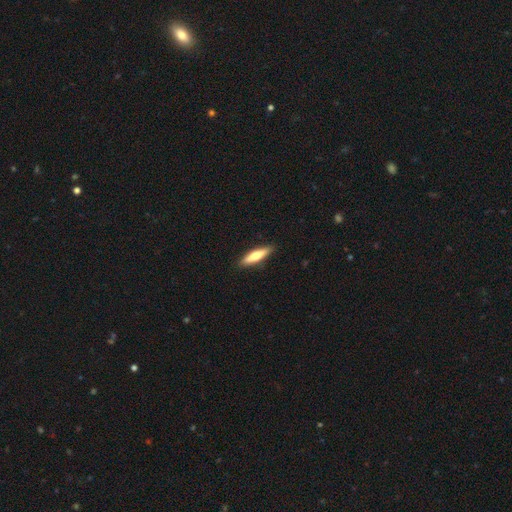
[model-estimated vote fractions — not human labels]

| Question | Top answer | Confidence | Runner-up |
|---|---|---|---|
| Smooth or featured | smooth | 61% | featured or disk (34%) |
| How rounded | cigar-shaped | 79% | in between (20%) |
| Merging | none | 90% | minor disturbance (8%) |